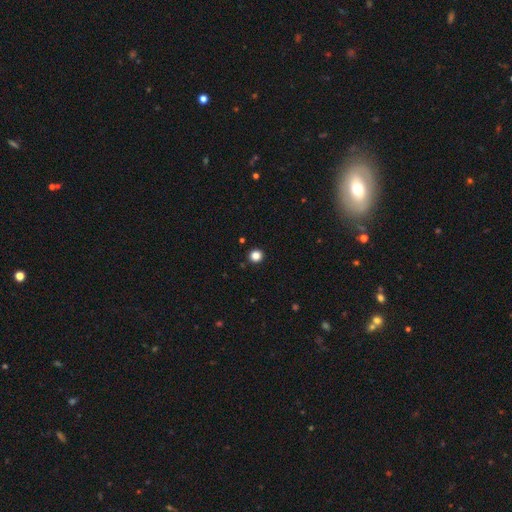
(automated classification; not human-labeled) smooth_or_featured: smooth (p=0.85) [alt: star or artifact p=0.12]
how_rounded: round (p=0.95) [alt: in between p=0.04]
merging: none (p=0.93) [alt: minor disturbance p=0.04]